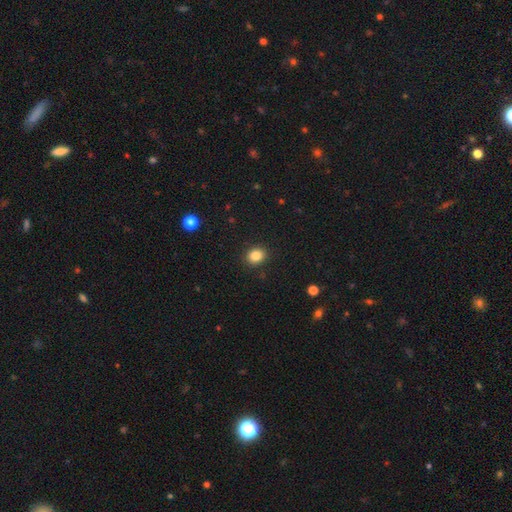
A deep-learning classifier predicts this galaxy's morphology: Q: Smooth or featured?
A: smooth (85%); runner-up: star or artifact (10%)
Q: How rounded?
A: round (64%); runner-up: in between (35%)
Q: Merging?
A: none (90%); runner-up: minor disturbance (7%)